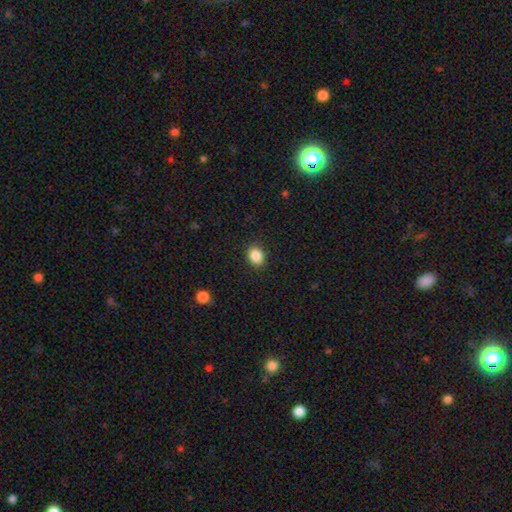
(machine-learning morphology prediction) Smooth or featured? smooth (87%)
How rounded? in between (51%)
Merging? none (89%)